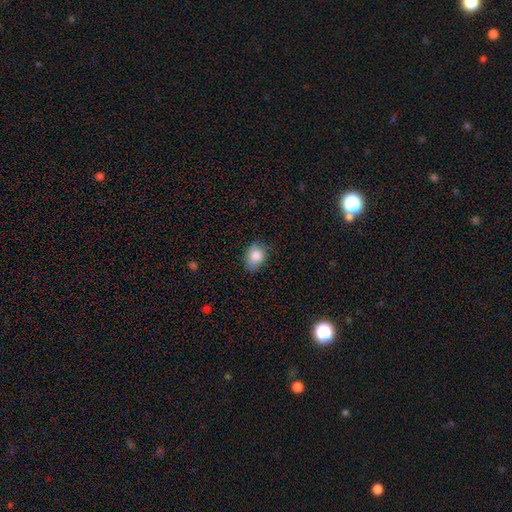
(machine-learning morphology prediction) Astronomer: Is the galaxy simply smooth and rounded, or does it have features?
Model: smooth — 84%.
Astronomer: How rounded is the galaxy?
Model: in between — 69%.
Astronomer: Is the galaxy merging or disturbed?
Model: none — 74%.